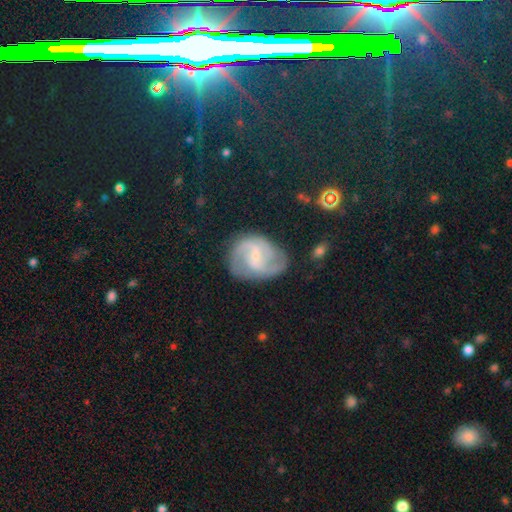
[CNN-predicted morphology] A featured or disk galaxy (82%) with a weak bar (56%), 2 (76%) medium (52%) spiral arms (95%) and a small central bulge (65%).

Vote fractions:
- Smooth or featured? featured or disk: 82% / smooth: 12% / star or artifact: 6%
- Edge-on disk? no: 98% / yes: 2%
- Bar? weak: 56% / no: 25% / strong: 19%
- Spiral arms? yes: 95% / no: 5%
- Spiral winding? medium: 52% / loose: 25% / tight: 23%
- Spiral arm count? 2: 76% / can't tell: 9% / 3: 9% / 1: 3% / 4: 2% / more than 4: 2%
- Bulge size? small: 65% / moderate: 21% / none: 11% / large: 2% / dominant: 1%
- Merging? none: 70% / minor disturbance: 19% / major disturbance: 9% / merger: 2%